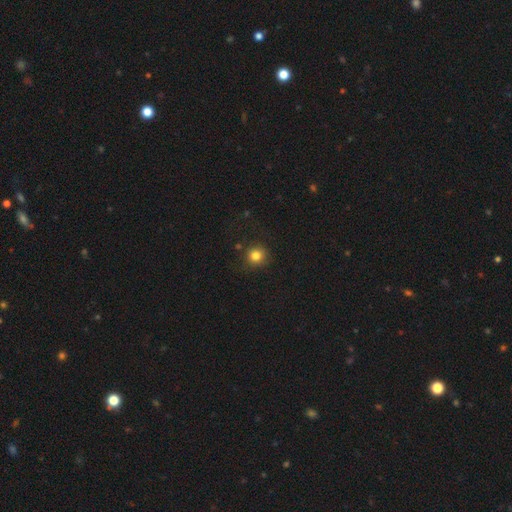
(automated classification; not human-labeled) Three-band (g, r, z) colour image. It shows a smooth galaxy with no disk features (82%) that is round (91%). Merging: none (83%).